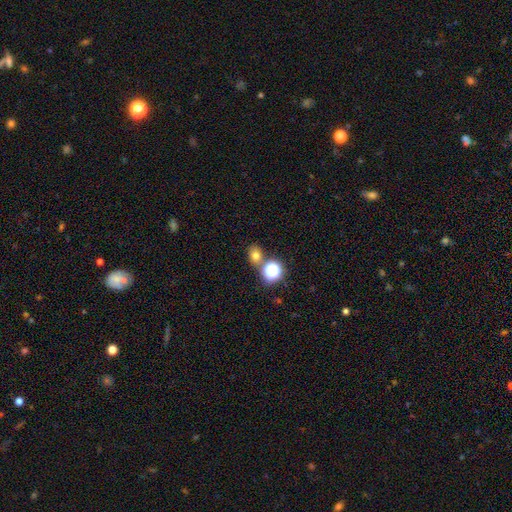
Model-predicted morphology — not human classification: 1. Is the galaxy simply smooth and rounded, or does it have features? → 69% smooth, 23% star or artifact, 9% featured or disk.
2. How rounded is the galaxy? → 58% round, 41% in between, 1% cigar-shaped.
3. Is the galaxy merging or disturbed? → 69% none, 18% merger, 9% minor disturbance, 3% major disturbance.